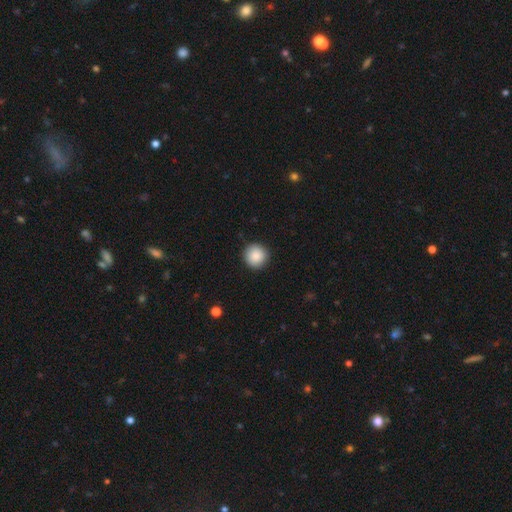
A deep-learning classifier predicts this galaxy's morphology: A smooth galaxy with no disk features (89%) that is round (95%). Merging: none (92%).